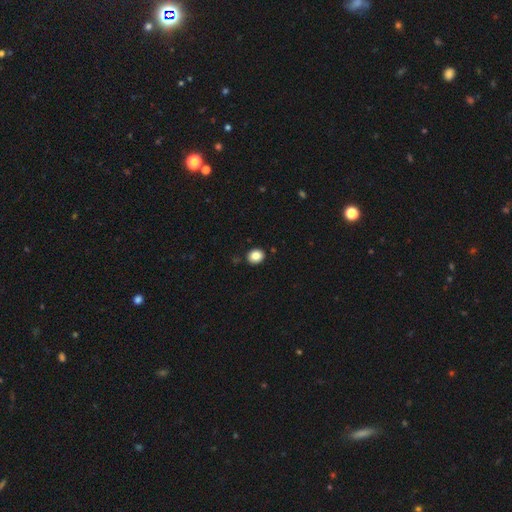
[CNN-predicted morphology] The model was most divided on "how rounded": round: 63%, in between: 36%, cigar-shaped: 1%. More confident: merging — none (90%); smooth or featured — smooth (85%).